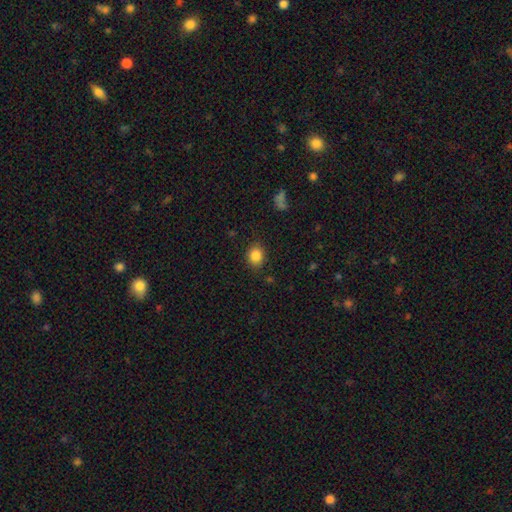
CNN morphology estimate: The model was most divided on "how rounded": round: 67%, in between: 32%, cigar-shaped: 1%. More confident: merging — none (86%); smooth or featured — smooth (85%).